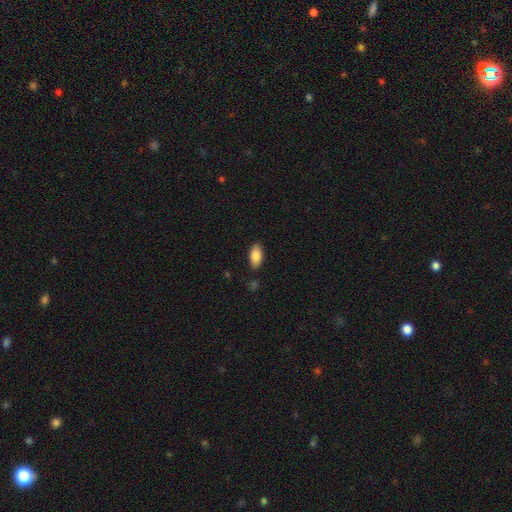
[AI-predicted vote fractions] Smooth or featured? Predicted: smooth (p=0.84). How rounded? Predicted: in between (p=0.90). Merging? Predicted: none (p=0.86).